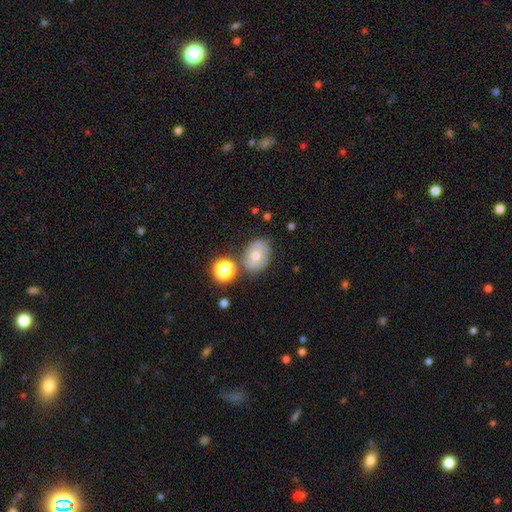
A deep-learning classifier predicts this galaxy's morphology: Q: Smooth or featured?
A: smooth (56%); runner-up: featured or disk (31%)
Q: How rounded?
A: in between (58%); runner-up: round (41%)
Q: Merging?
A: none (68%); runner-up: minor disturbance (17%)